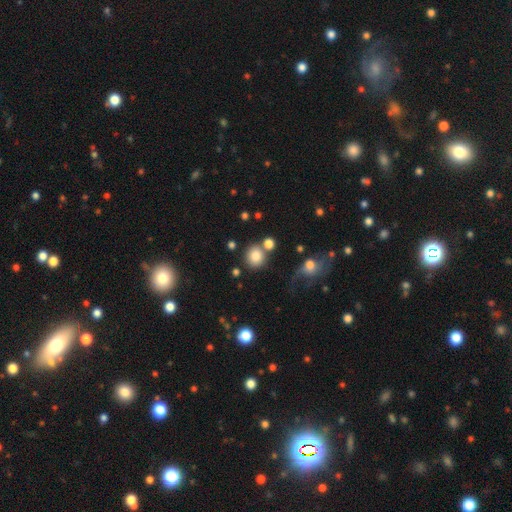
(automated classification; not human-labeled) smooth-or-featured: smooth: 83% | star or artifact: 10% | featured or disk: 7%
  how-rounded: round: 86% | in between: 13% | cigar-shaped: 1%
  merging: none: 67% | merger: 17% | minor disturbance: 11% | major disturbance: 5%